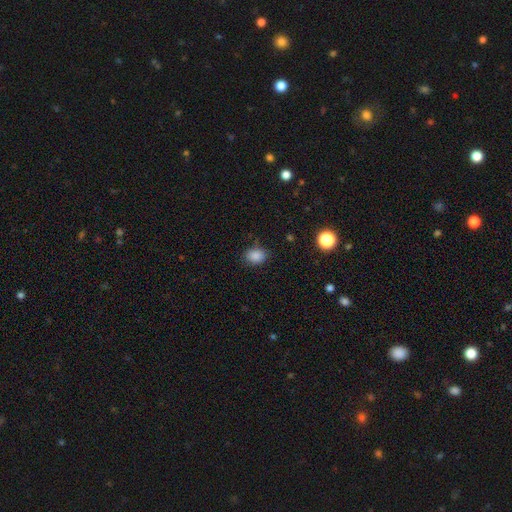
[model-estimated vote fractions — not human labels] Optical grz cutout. It shows a smooth galaxy with no disk features (86%) that is in between round and cigar-shaped (57%). Merging: none (80%).